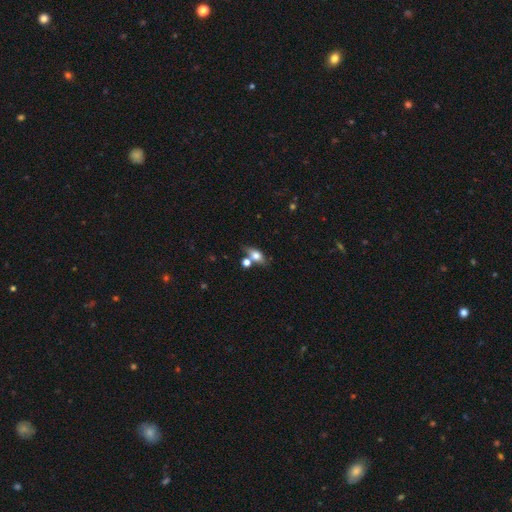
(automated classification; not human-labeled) A smooth galaxy with no disk features (64%) that is in between round and cigar-shaped (71%).

Vote fractions:
- Smooth or featured? smooth: 64% / featured or disk: 26% / star or artifact: 10%
- How rounded? in between: 71% / round: 17% / cigar-shaped: 12%
- Merging? none: 57% / merger: 22% / minor disturbance: 15% / major disturbance: 6%